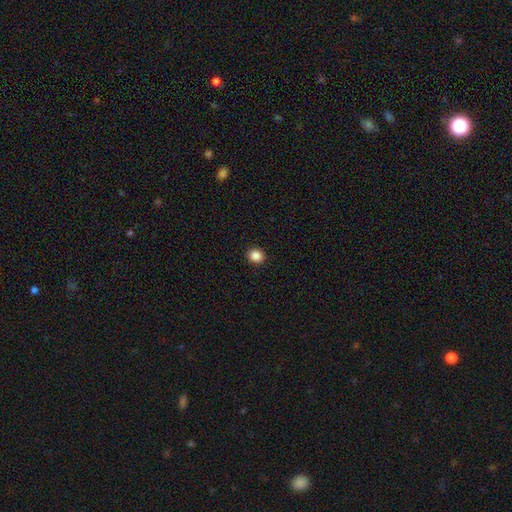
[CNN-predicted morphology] Smooth or featured? smooth (87%)
How rounded? round (83%)
Merging? none (93%)